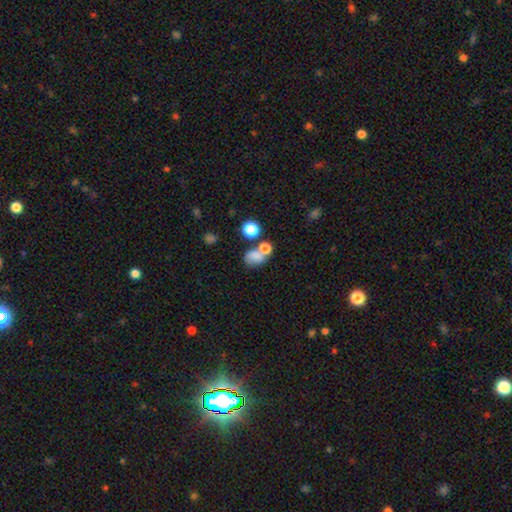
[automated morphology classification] Smooth or featured: smooth — 73% (star or artifact — 15%)
How rounded: in between — 58% (round — 41%)
Merging: merger — 39% (none — 38%)